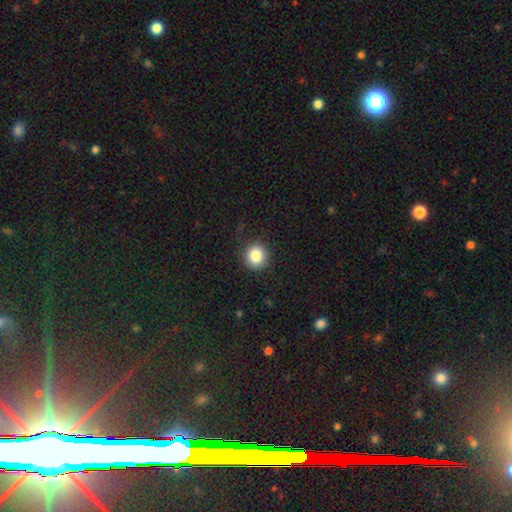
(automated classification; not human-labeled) smooth-or-featured: smooth: 85% | star or artifact: 10% | featured or disk: 5%
  how-rounded: round: 89% | in between: 10% | cigar-shaped: 1%
  merging: none: 86% | minor disturbance: 9% | major disturbance: 4% | merger: 1%